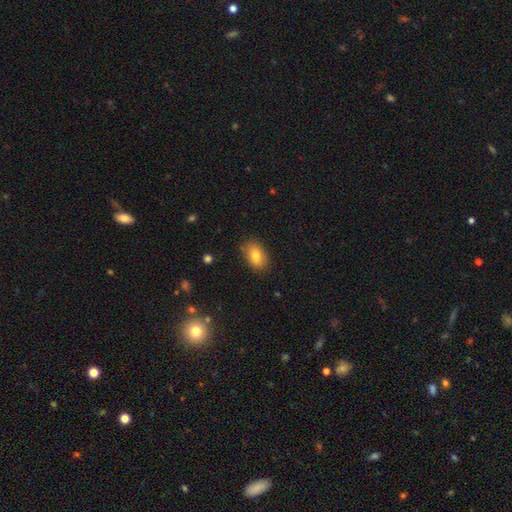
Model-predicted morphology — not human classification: smooth_or_featured: smooth (p=0.79) [alt: featured or disk p=0.12]
how_rounded: in between (p=0.87) [alt: round p=0.11]
merging: none (p=0.84) [alt: minor disturbance p=0.12]